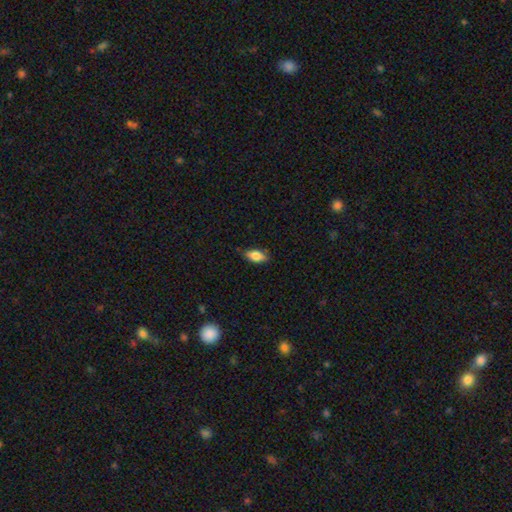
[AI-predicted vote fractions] A smooth galaxy with no disk features (76%) that is in between round and cigar-shaped (85%). Merging: none (76%).